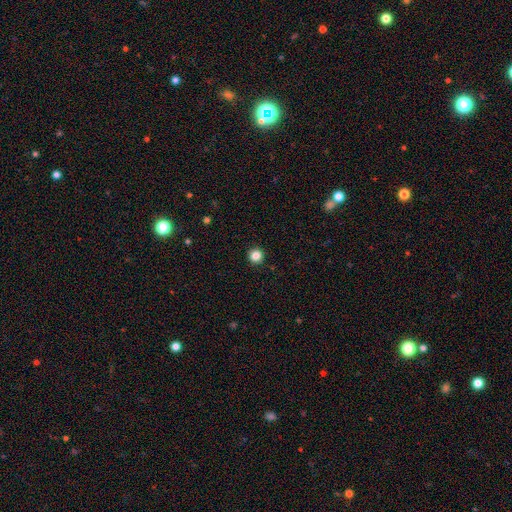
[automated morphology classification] A smooth galaxy with no disk features (85%) that is round (96%). Merging: none (94%).